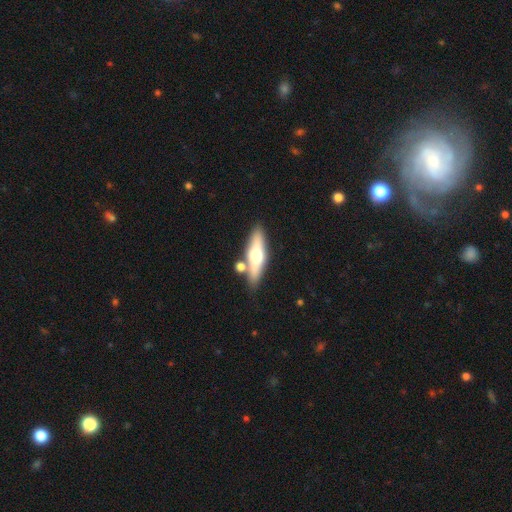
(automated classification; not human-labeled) Smooth or featured? featured or disk (50%)
Edge-on disk? yes (87%)
Merging? none (74%)